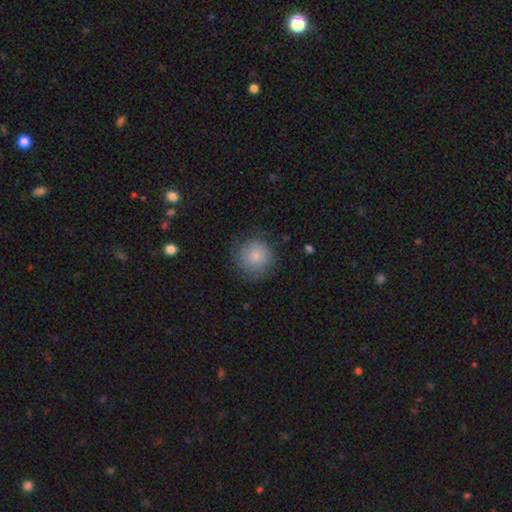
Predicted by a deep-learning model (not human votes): This is likely a smooth galaxy (76%). How rounded: clearly round (93%). Merging: likely none (74%).